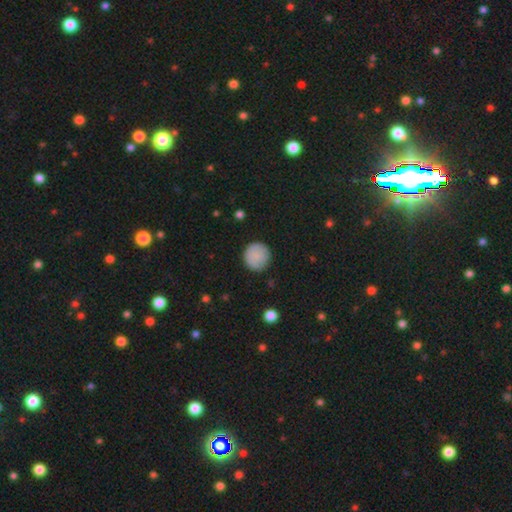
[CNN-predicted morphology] A smooth galaxy with no disk features (84%) that is round (94%). Merging: none (86%).